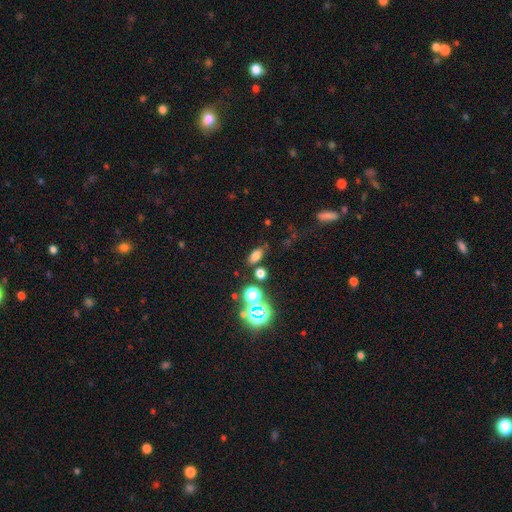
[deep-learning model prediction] smooth 68%, star or artifact 23%, featured or disk 9%. Down the decision tree: how rounded — in between (82%); merging — none (77%).